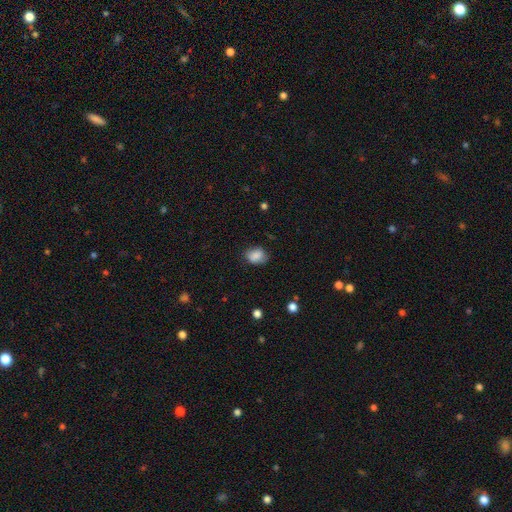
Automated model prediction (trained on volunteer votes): smooth 83%, star or artifact 9%, featured or disk 8%. Down the decision tree: how rounded — in between (61%); merging — none (72%).